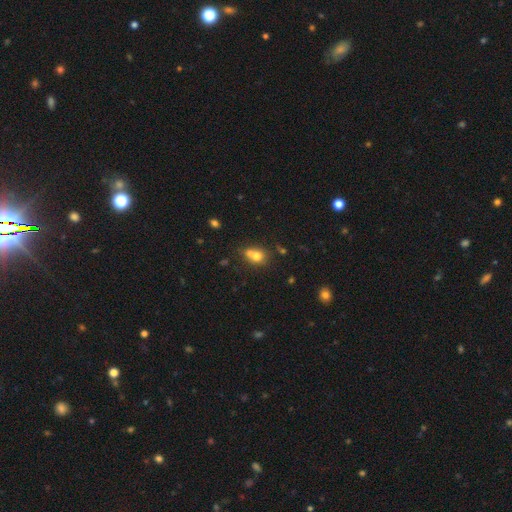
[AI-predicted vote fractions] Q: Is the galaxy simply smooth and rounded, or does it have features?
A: smooth — 71%.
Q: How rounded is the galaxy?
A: round — 64%.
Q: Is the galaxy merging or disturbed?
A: merger — 54%.